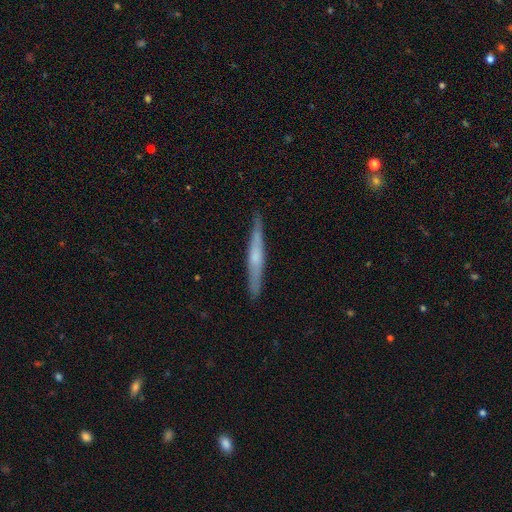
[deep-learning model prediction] featured or disk 57%, smooth 37%, star or artifact 6%. Down the decision tree: edge-on disk — yes (96%); edge-on bulge — rounded (55%); merging — none (89%).